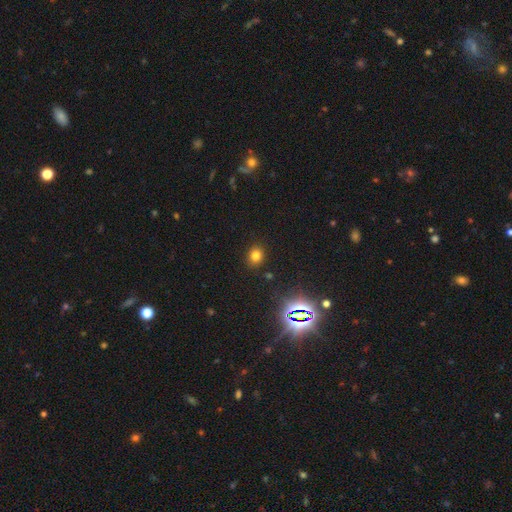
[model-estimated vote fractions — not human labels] A smooth galaxy with no disk features (75%) that is round (62%). Merging: none (88%).